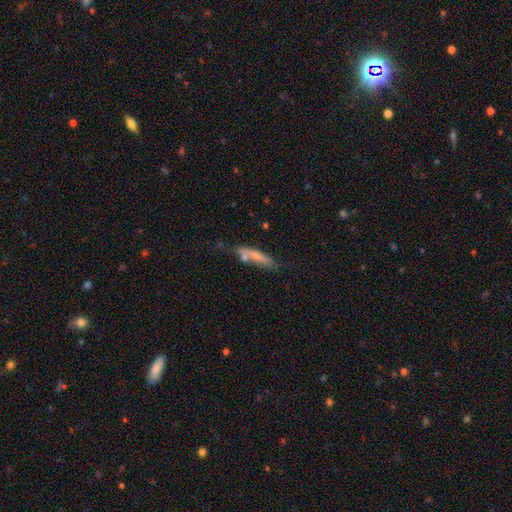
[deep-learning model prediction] This appears to be a smooth galaxy with no disk features (52%) that is cigar-shaped (84%). Merging: none (58%).